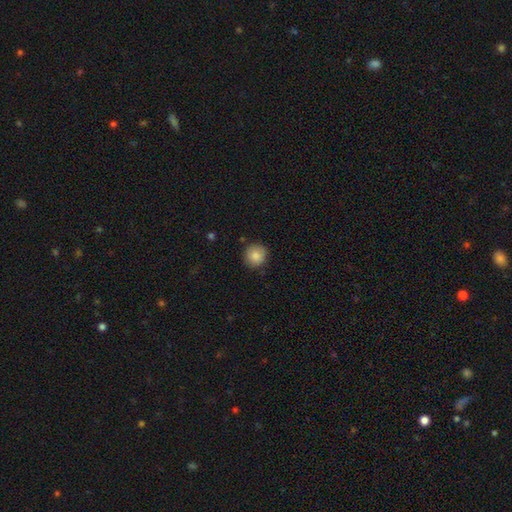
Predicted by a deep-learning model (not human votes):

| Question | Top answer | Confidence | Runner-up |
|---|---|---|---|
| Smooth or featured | smooth | 86% | star or artifact (8%) |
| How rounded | round | 92% | in between (7%) |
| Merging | none | 86% | minor disturbance (10%) |